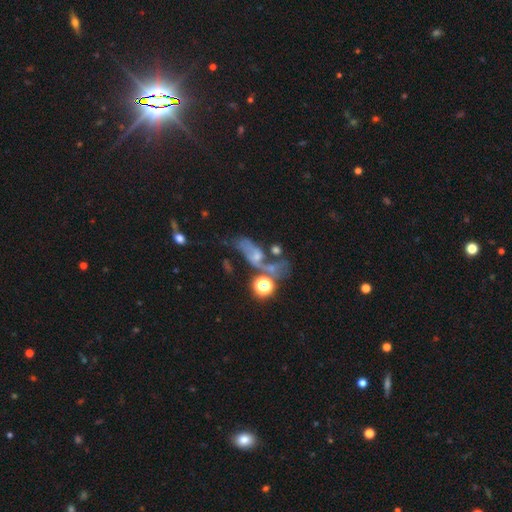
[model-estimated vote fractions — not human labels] Smooth or featured? Predicted: featured or disk (p=0.46). Merging? Predicted: none (p=0.30).